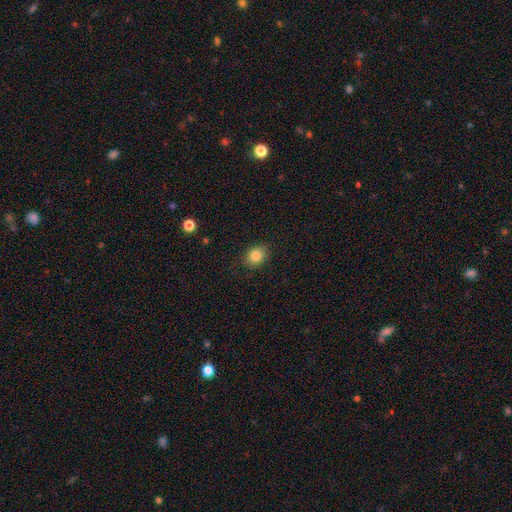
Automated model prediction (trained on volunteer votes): This is clearly a smooth galaxy (84%). How rounded: possibly round (58%). Merging: clearly none (86%).